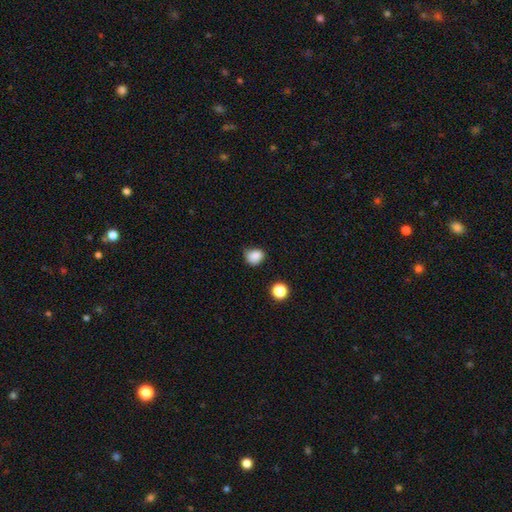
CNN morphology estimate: Smooth or featured? smooth (85%)
How rounded? round (61%)
Merging? none (57%)